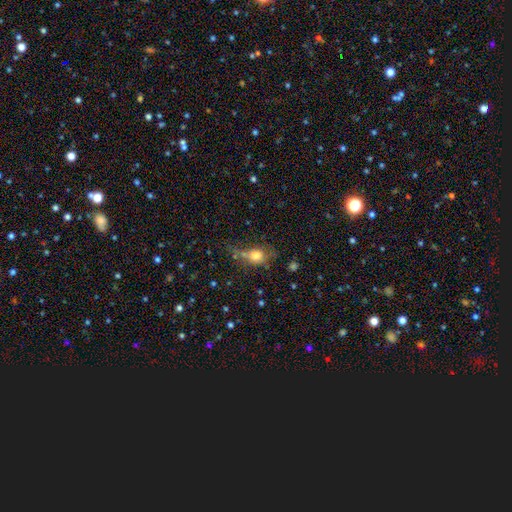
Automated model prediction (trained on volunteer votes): Q: Smooth or featured?
A: smooth (74%); runner-up: featured or disk (13%)
Q: How rounded?
A: round (56%); runner-up: in between (41%)
Q: Merging?
A: none (46%); runner-up: minor disturbance (26%)